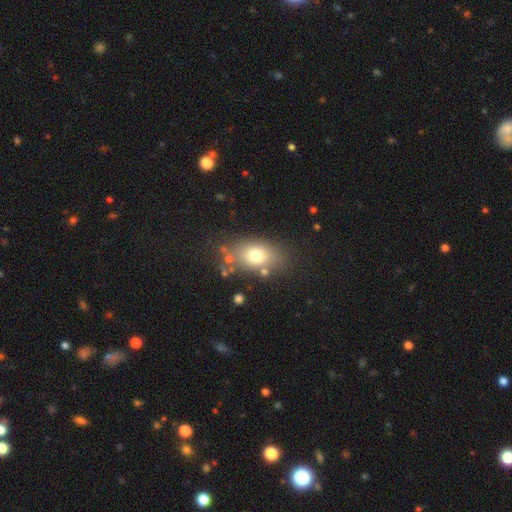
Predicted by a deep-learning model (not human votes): Smooth or featured? Predicted: smooth (p=0.74). How rounded? Predicted: in between (p=0.78). Merging? Predicted: none (p=0.73).